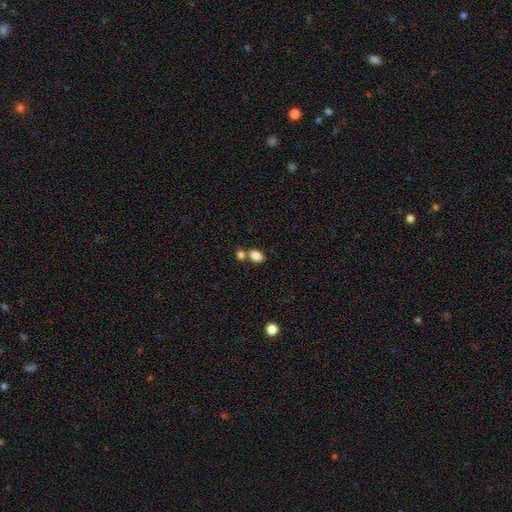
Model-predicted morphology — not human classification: This is clearly a smooth galaxy (85%). How rounded: clearly in between (87%). Merging: possibly none (52%).